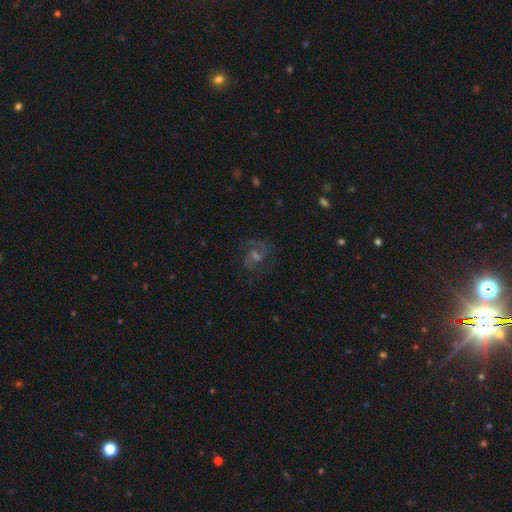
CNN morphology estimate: A featured or disk galaxy (75%) with a weak bar (51%), 2 (85%) medium (58%) spiral arms (95%) and a moderate central bulge (37%). Merging: none (77%).